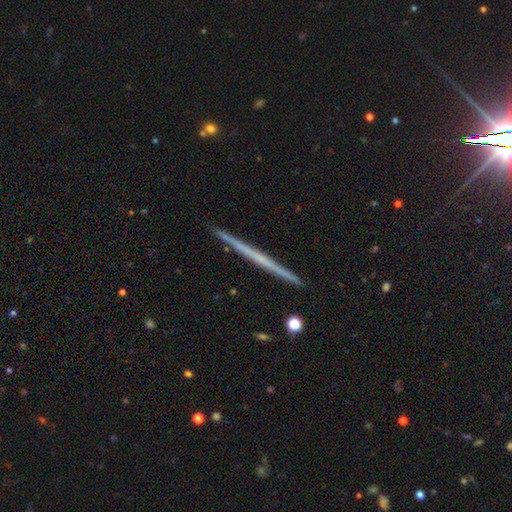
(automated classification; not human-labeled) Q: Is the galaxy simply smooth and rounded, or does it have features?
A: featured or disk — 62%.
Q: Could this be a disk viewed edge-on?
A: yes — 98%.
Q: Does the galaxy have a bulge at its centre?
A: none — 90%.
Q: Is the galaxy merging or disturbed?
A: none — 92%.